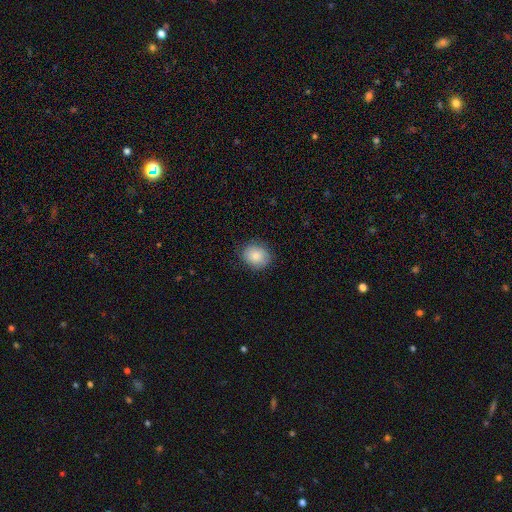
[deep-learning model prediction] This is clearly a smooth galaxy (82%). How rounded: likely round (72%). Merging: clearly none (82%).